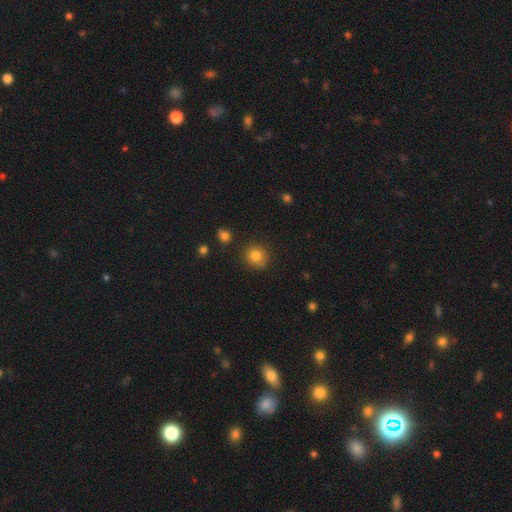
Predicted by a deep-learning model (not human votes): This is clearly a smooth galaxy (83%). How rounded: clearly round (87%). Merging: clearly none (83%).